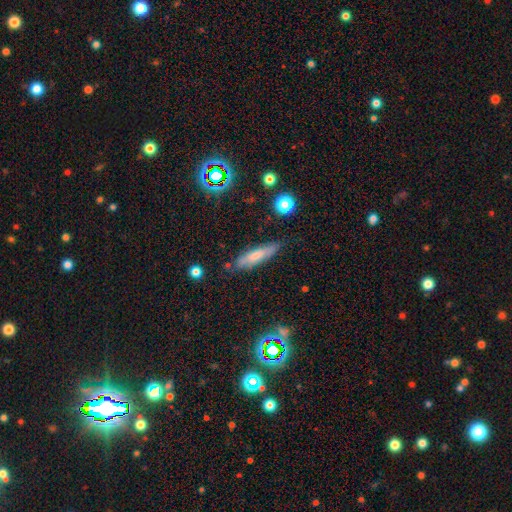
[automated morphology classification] A smooth galaxy with no disk features (62%) that is cigar-shaped (74%).

Vote fractions:
- Smooth or featured? smooth: 62% / featured or disk: 30% / star or artifact: 9%
- How rounded? cigar-shaped: 74% / in between: 24% / round: 2%
- Merging? none: 79% / minor disturbance: 16% / major disturbance: 3% / merger: 2%